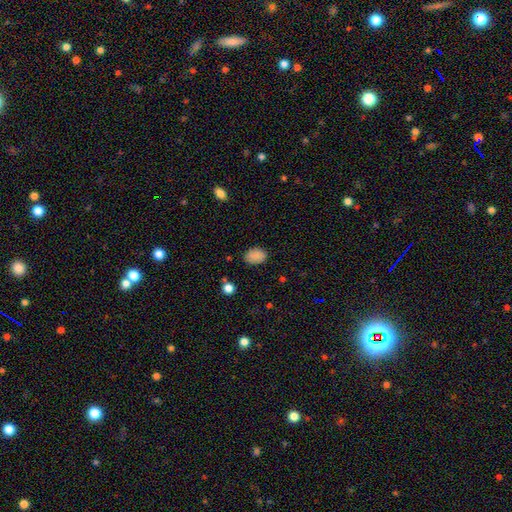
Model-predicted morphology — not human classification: smooth-or-featured: smooth: 87% | star or artifact: 10% | featured or disk: 4%
  how-rounded: in between: 78% | round: 21% | cigar-shaped: 1%
  merging: none: 83% | minor disturbance: 13% | major disturbance: 3% | merger: 1%